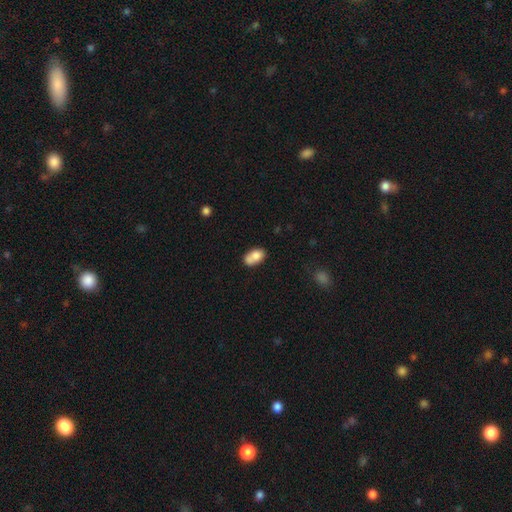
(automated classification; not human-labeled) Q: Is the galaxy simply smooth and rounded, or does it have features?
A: smooth — 76%.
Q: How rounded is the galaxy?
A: in between — 84%.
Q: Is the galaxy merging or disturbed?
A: none — 39%.